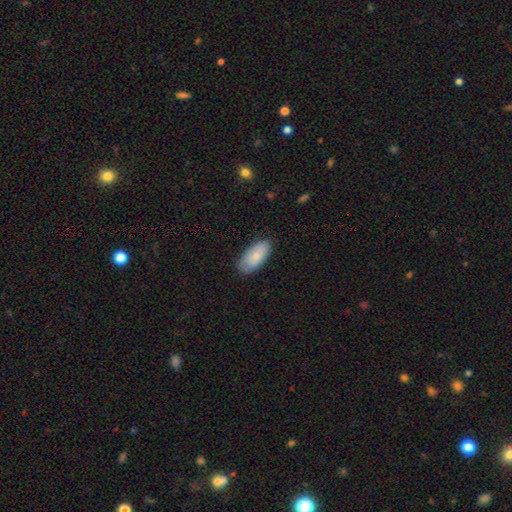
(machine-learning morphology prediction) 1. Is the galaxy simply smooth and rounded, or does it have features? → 81% smooth, 13% featured or disk, 6% star or artifact.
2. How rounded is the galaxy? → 92% in between, 6% cigar-shaped, 2% round.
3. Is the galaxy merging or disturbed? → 84% none, 13% minor disturbance, 2% major disturbance, 1% merger.